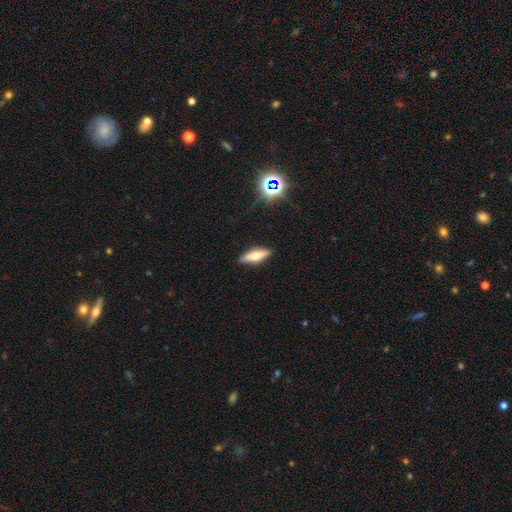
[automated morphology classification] This appears to be a smooth galaxy with no disk features (49%). Merging: none (88%).